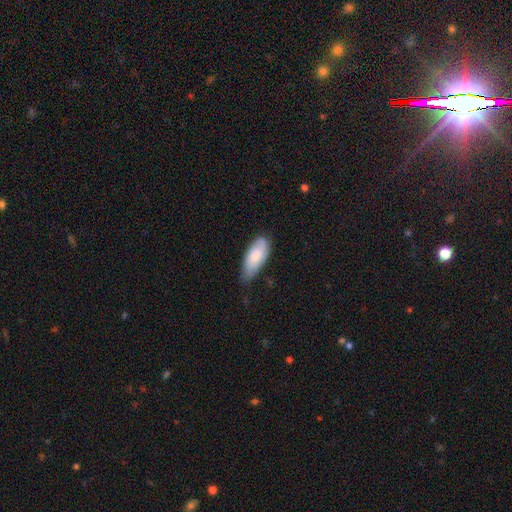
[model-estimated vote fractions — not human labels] The model was most divided on "merging": none: 60%, minor disturbance: 33%, major disturbance: 5%, merger: 2%. More confident: how rounded — in between (84%); smooth or featured — smooth (77%).